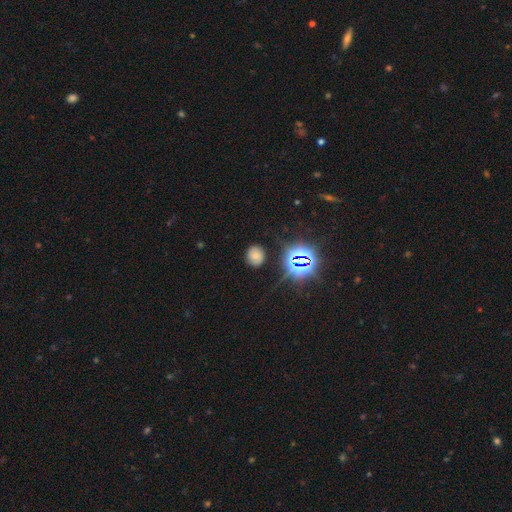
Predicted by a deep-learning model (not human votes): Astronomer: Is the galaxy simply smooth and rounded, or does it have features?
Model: smooth — 61%.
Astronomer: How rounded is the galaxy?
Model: round — 71%.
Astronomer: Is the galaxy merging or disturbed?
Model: none — 81%.